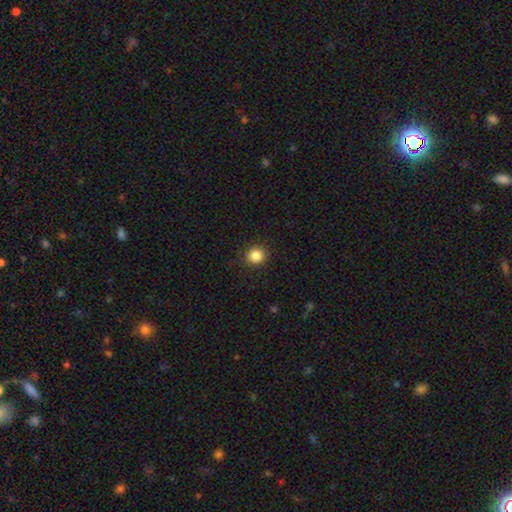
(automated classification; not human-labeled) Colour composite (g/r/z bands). It shows a smooth galaxy with no disk features (85%) that is round (90%). Merging: none (90%).